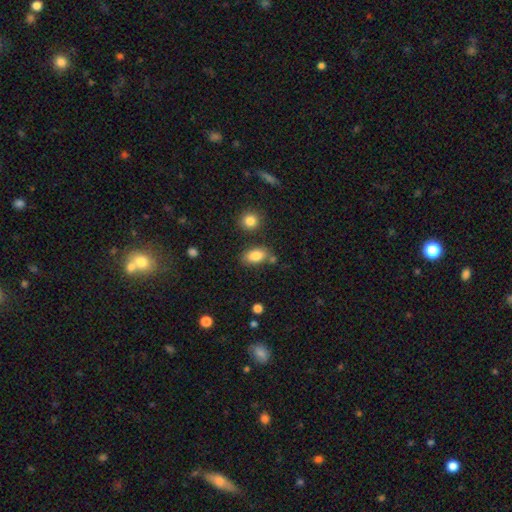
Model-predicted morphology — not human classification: smooth 84%, star or artifact 8%, featured or disk 8%. Down the decision tree: how rounded — in between (88%); merging — none (71%).